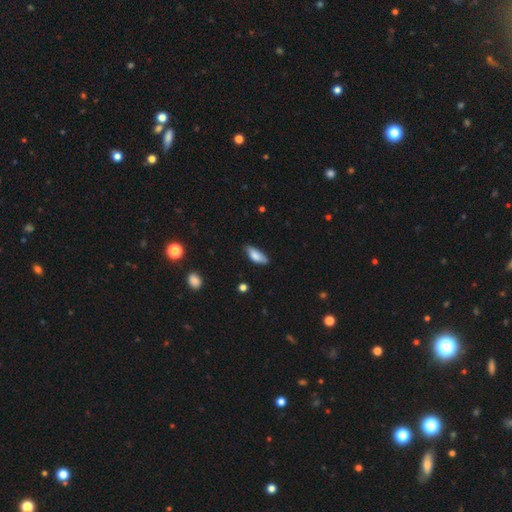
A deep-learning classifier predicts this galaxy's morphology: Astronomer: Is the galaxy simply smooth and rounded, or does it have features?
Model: smooth — 81%.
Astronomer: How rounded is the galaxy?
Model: in between — 79%.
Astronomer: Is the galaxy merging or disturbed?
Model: none — 69%.